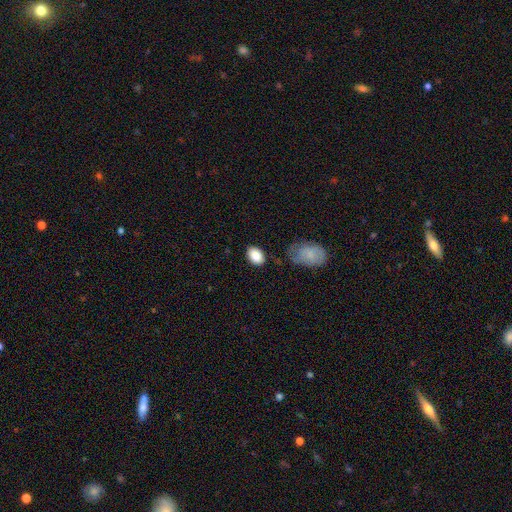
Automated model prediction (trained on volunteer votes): A smooth galaxy with no disk features (87%) that is in between round and cigar-shaped (84%).

Vote fractions:
- Smooth or featured? smooth: 87% / star or artifact: 7% / featured or disk: 6%
- How rounded? in between: 84% / round: 14% / cigar-shaped: 1%
- Merging? none: 78% / minor disturbance: 15% / major disturbance: 4% / merger: 3%